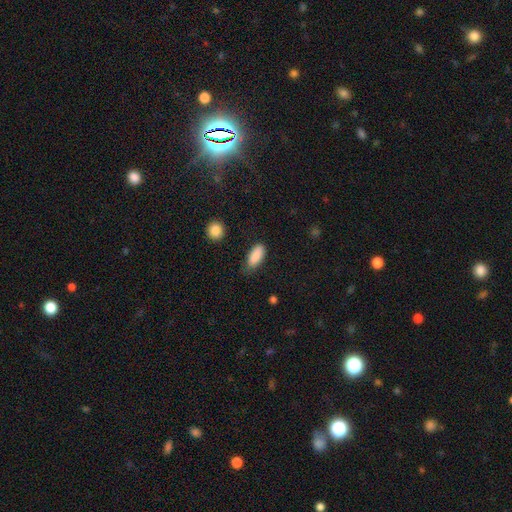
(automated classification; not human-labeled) This is clearly a smooth galaxy (88%). How rounded: clearly in between (86%). Merging: likely none (69%).